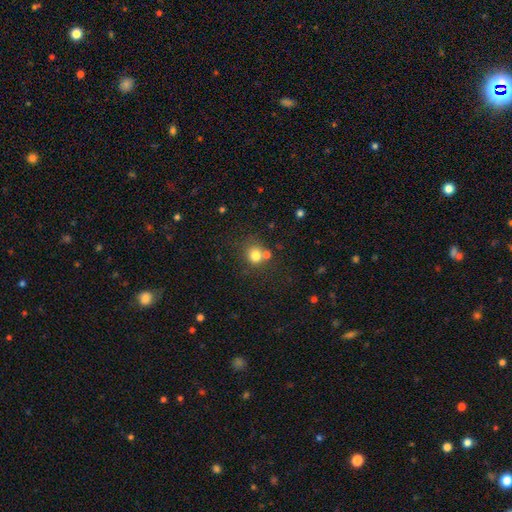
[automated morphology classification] Q: Smooth or featured?
A: smooth (77%); runner-up: star or artifact (14%)
Q: How rounded?
A: round (84%); runner-up: in between (16%)
Q: Merging?
A: none (60%); runner-up: merger (24%)